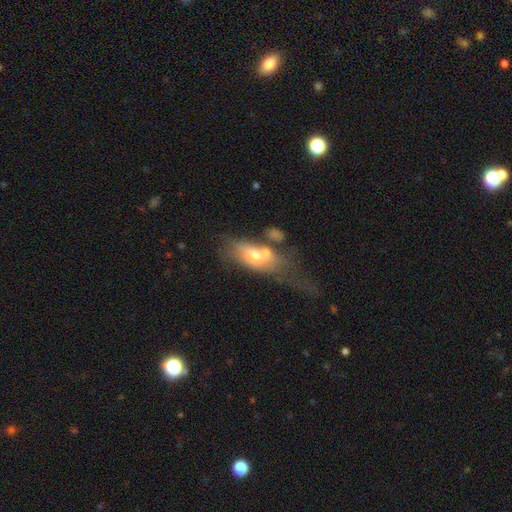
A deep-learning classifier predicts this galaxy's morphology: smooth_or_featured: smooth (p=0.51) [alt: featured or disk p=0.40]
how_rounded: in between (p=0.78) [alt: cigar-shaped p=0.16]
merging: merger (p=0.35) [alt: major disturbance p=0.25]